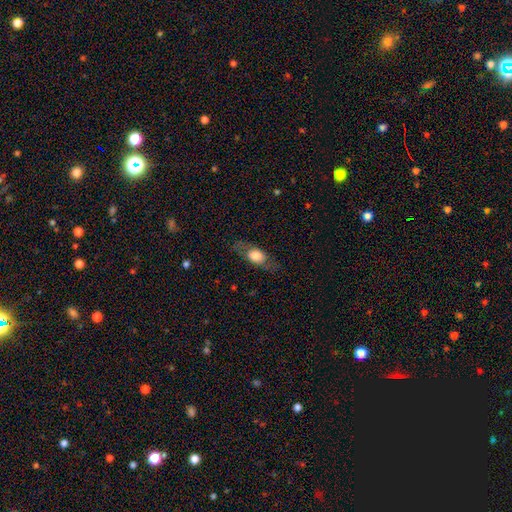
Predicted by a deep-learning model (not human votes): Smooth or featured: smooth — 57% (featured or disk — 36%)
How rounded: in between — 68% (round — 17%)
Merging: none — 76% (minor disturbance — 15%)